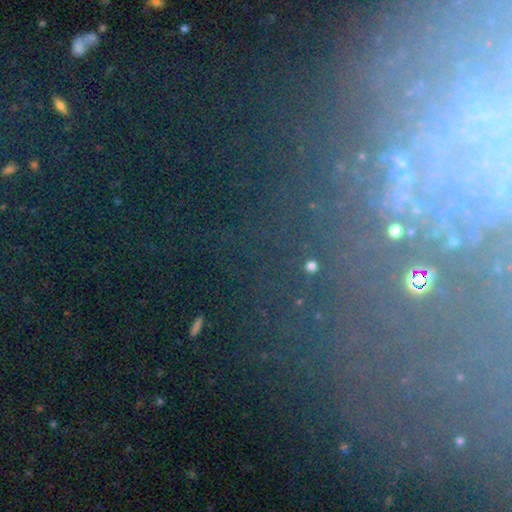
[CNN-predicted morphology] Smooth or featured: star or artifact — 49% (featured or disk — 33%)